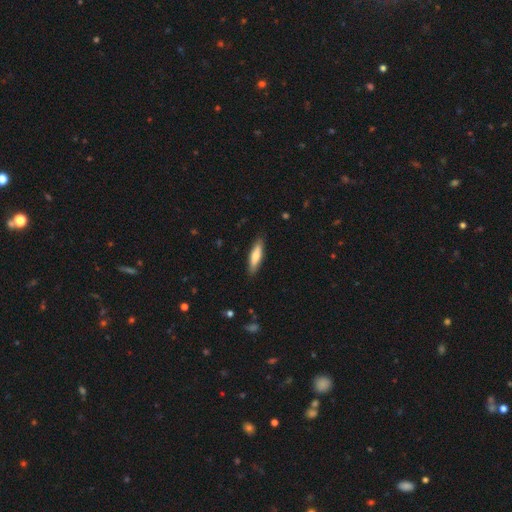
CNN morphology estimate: The model was most divided on "how rounded": cigar-shaped: 70%, in between: 29%, round: 1%. More confident: merging — none (87%); smooth or featured — smooth (72%).